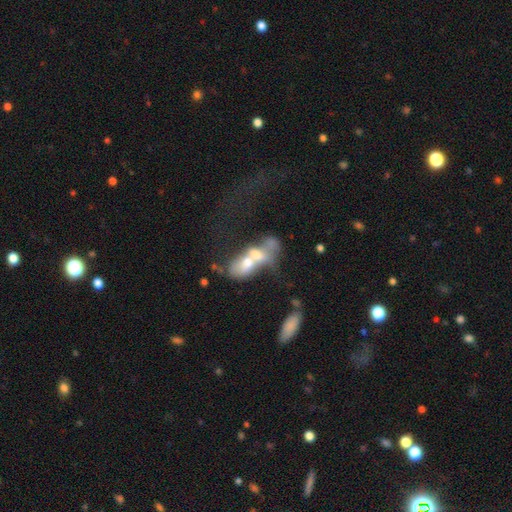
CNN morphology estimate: Smooth or featured? Predicted: featured or disk (p=0.46). Merging? Predicted: merger (p=0.74).